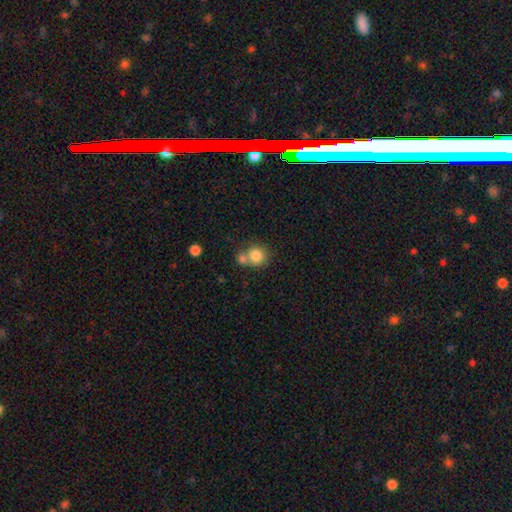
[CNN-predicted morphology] smooth-or-featured: smooth: 82% | star or artifact: 9% | featured or disk: 8%
  how-rounded: round: 87% | in between: 12% | cigar-shaped: 1%
  merging: none: 50% | merger: 38% | minor disturbance: 9% | major disturbance: 3%